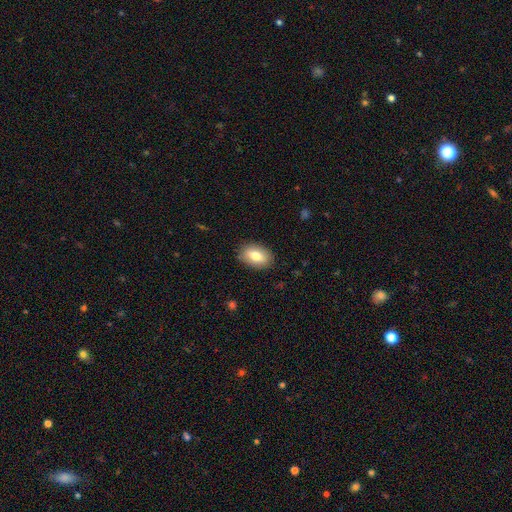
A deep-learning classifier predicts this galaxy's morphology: smooth-or-featured: smooth: 79% | featured or disk: 14% | star or artifact: 7%
  how-rounded: in between: 88% | round: 11% | cigar-shaped: 2%
  merging: none: 88% | minor disturbance: 9% | major disturbance: 2% | merger: 1%